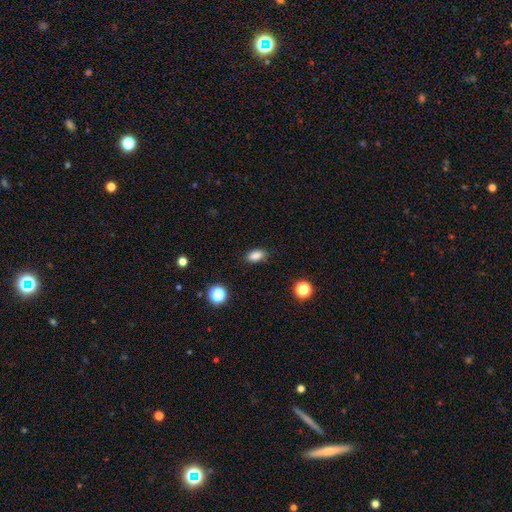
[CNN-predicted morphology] type=smooth (85%); roundness=in between (87%); merging=none (86%).